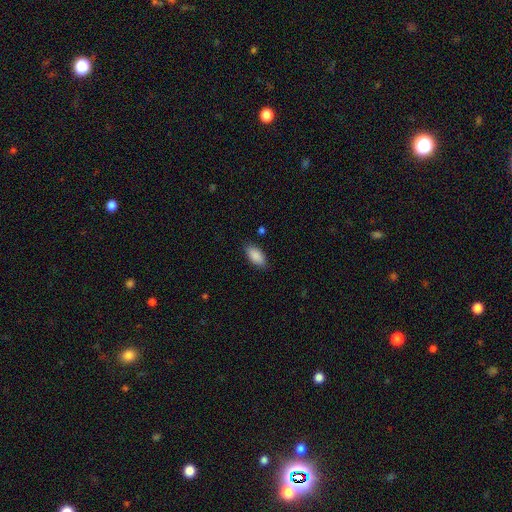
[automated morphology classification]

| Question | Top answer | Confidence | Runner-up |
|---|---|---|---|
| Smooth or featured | smooth | 89% | star or artifact (6%) |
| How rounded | in between | 92% | cigar-shaped (6%) |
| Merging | none | 85% | minor disturbance (11%) |